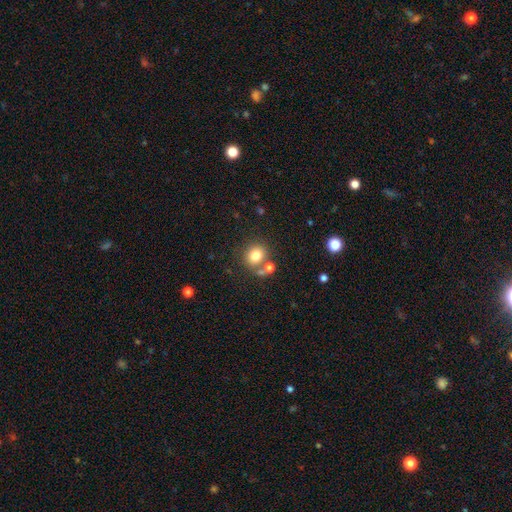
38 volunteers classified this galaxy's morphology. A smooth galaxy with no disk features (87%) that is round (67%).

Vote fractions:
- Smooth or featured? smooth: 87% / featured or disk: 8% / star or artifact: 5%
- How rounded? round: 67% / in between: 33% / cigar-shaped: 0%
- Merging? none: 64% / minor disturbance: 19% / merger: 17% / major disturbance: 0%